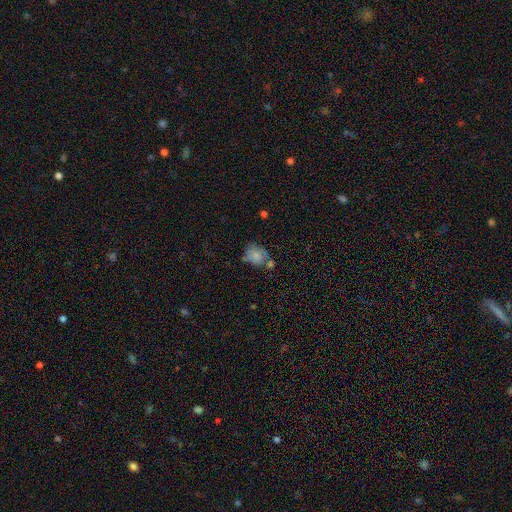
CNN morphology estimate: Smooth or featured?
  - smooth: 71% *
  - featured or disk: 19%
  - star or artifact: 10%
How rounded?
  - round: 57% *
  - in between: 42%
  - cigar-shaped: 1%
Merging?
  - none: 44% *
  - minor disturbance: 25%
  - merger: 20%
  - major disturbance: 10%